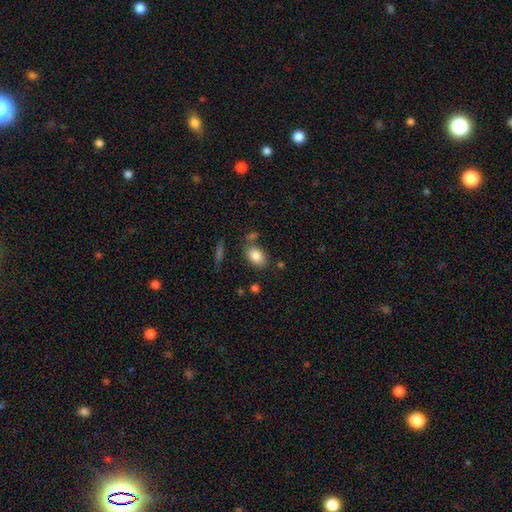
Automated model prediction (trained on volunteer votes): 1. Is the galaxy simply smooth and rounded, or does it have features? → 84% smooth, 8% star or artifact, 8% featured or disk.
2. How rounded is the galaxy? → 83% in between, 15% round, 1% cigar-shaped.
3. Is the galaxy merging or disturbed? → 73% none, 14% minor disturbance, 10% merger, 4% major disturbance.